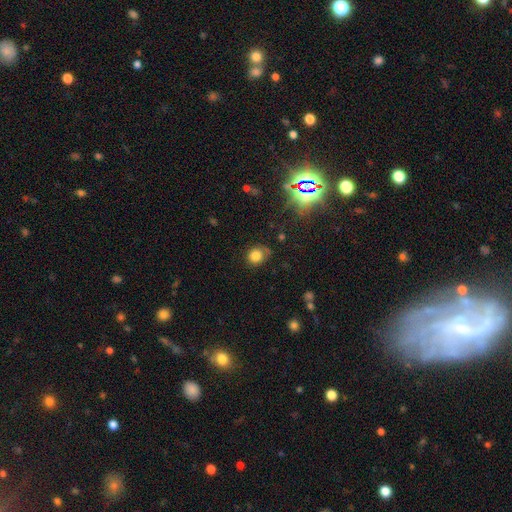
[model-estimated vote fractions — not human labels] smooth_or_featured: smooth (p=0.78) [alt: star or artifact p=0.14]
how_rounded: round (p=0.73) [alt: in between p=0.26]
merging: none (p=0.66) [alt: minor disturbance p=0.24]